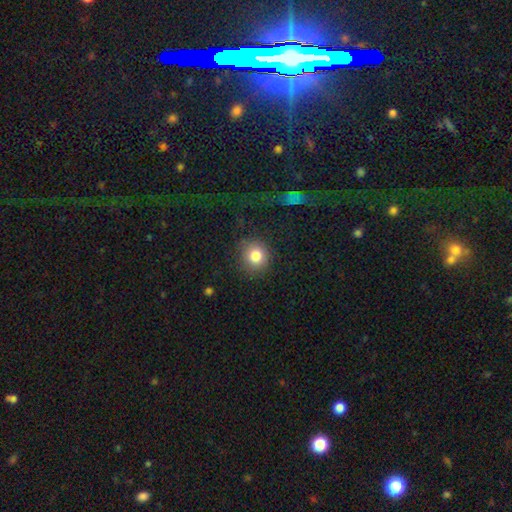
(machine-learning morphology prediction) Overall: smooth (82%). How rounded: round (87%). Merging: none (84%).